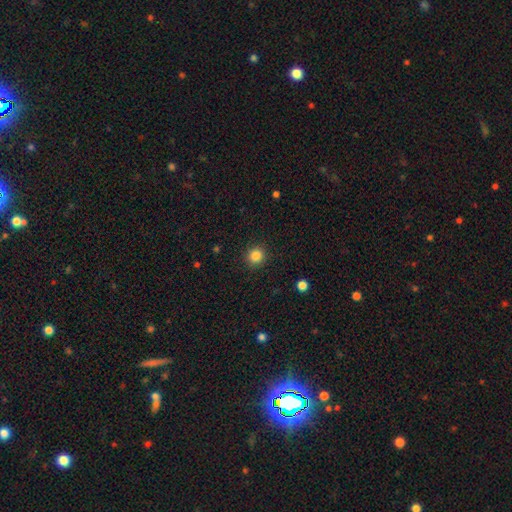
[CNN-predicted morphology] This is clearly a smooth galaxy (85%). How rounded: clearly round (92%). Merging: clearly none (91%).